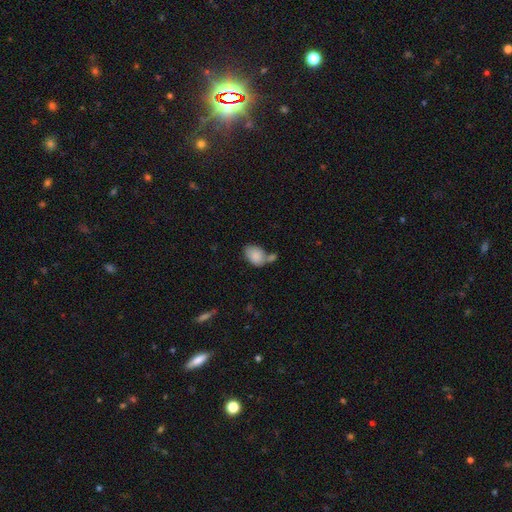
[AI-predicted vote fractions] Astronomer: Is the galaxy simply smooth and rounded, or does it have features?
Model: smooth — 85%.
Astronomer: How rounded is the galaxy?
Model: in between — 81%.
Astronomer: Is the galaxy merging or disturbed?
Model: none — 41% (runner-up: merger, 33%).